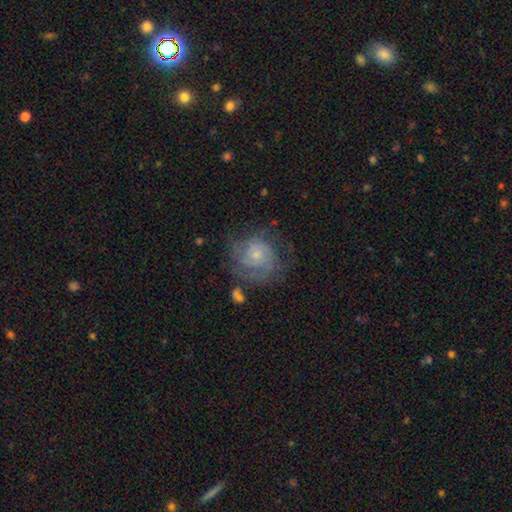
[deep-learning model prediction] Smooth or featured: featured or disk — 67% (smooth — 26%)
Edge-on disk: no — 98% (yes — 2%)
Bar: no — 79% (weak — 19%)
Spiral arms: yes — 86% (no — 14%)
Spiral winding: tight — 56% (medium — 32%)
Spiral arm count: can't tell — 40% (2 — 25%)
Bulge size: small — 66% (moderate — 24%)
Merging: none — 60% (minor disturbance — 21%)